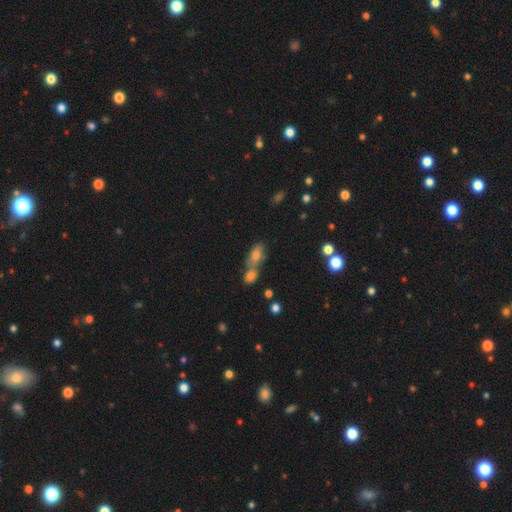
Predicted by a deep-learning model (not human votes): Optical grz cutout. It shows a smooth galaxy with no disk features (63%) that is in between round and cigar-shaped (74%). Merging: merger (51%).